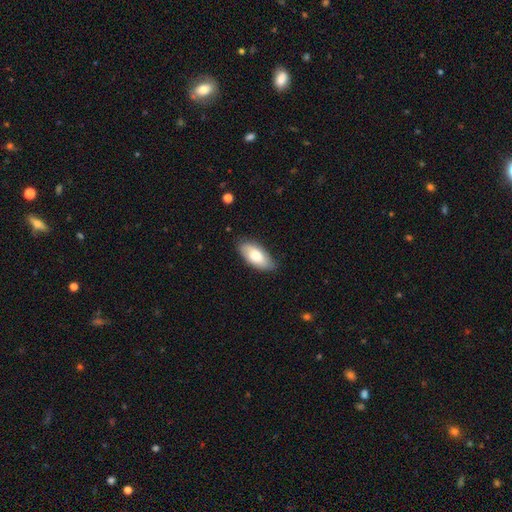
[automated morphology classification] Smooth or featured? smooth (77%)
How rounded? in between (90%)
Merging? none (80%)